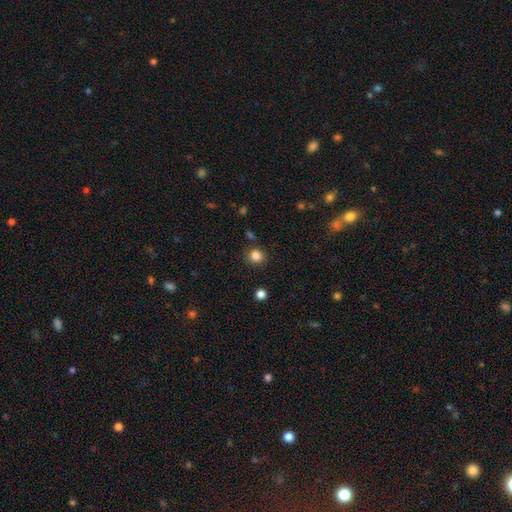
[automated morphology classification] This appears to be a smooth galaxy with no disk features (85%) that is round (86%). Merging: none (85%).